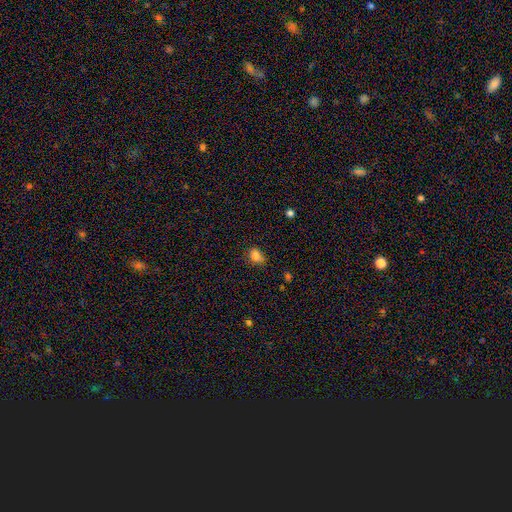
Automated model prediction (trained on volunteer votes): This appears to be a smooth galaxy with no disk features (82%) that is in between round and cigar-shaped (54%). Merging: none (63%).